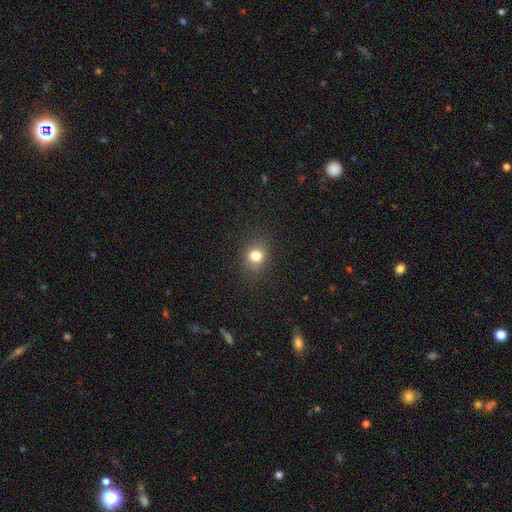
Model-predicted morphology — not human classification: type=smooth (79%); roundness=round (68%); merging=none (84%).